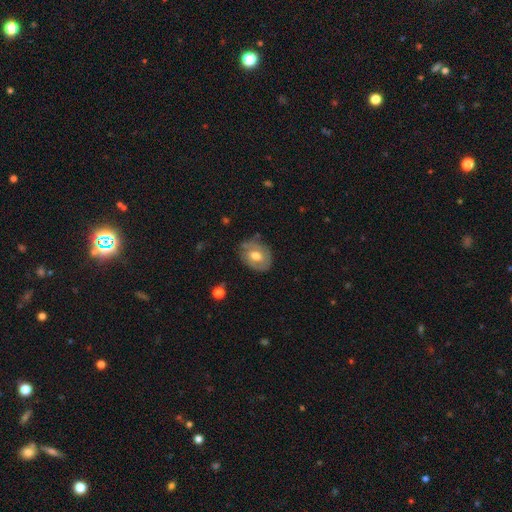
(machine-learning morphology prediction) The model was most divided on "bar": no: 50%, weak: 40%, strong: 10%. More confident: edge-on disk — no (95%); bulge size — moderate (73%); merging — none (70%); spiral arms — yes (62%); smooth or featured — featured or disk (55%).